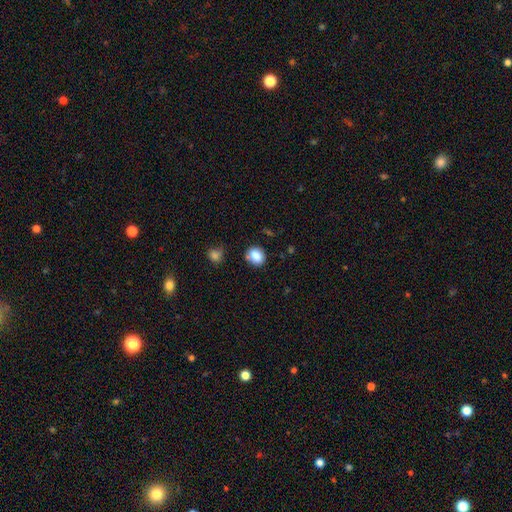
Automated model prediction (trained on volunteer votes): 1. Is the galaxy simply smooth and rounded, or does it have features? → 85% smooth, 10% star or artifact, 6% featured or disk.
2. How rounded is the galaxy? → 61% round, 38% in between, 1% cigar-shaped.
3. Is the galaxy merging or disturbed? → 76% none, 15% minor disturbance, 5% merger, 4% major disturbance.